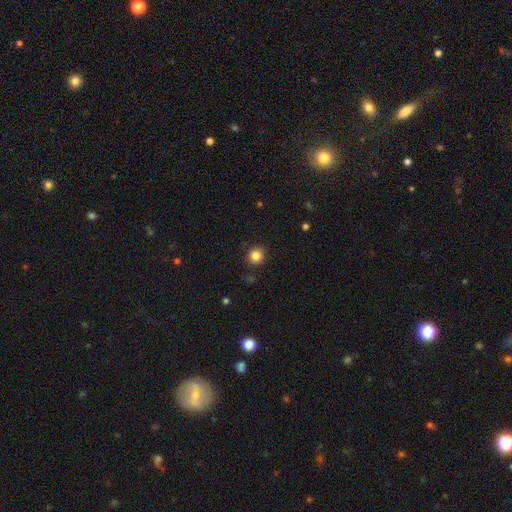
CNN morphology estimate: Overall: smooth (85%). How rounded: round (93%). Merging: none (90%).